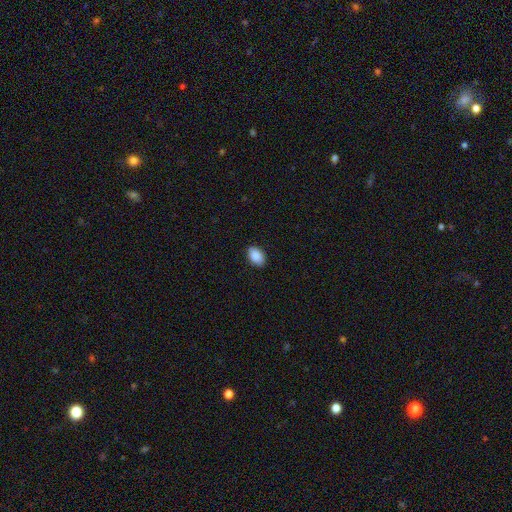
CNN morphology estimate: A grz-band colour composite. It shows a smooth galaxy with no disk features (90%) that is in between round and cigar-shaped (91%). Merging: none (88%).